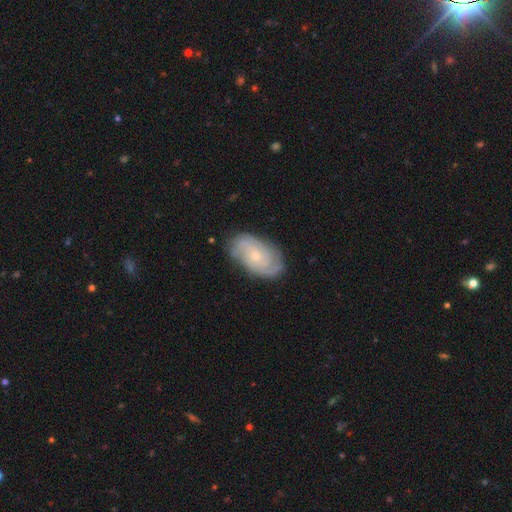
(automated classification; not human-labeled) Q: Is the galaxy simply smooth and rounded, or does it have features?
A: featured or disk — 79%.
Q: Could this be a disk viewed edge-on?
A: no — 96%.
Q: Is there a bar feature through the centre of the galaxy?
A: no — 74%.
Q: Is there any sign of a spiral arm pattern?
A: yes — 94%.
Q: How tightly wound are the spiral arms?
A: tight — 59%.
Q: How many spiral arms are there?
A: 2 — 36%.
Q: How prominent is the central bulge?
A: small — 75%.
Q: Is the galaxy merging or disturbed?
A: none — 80%.